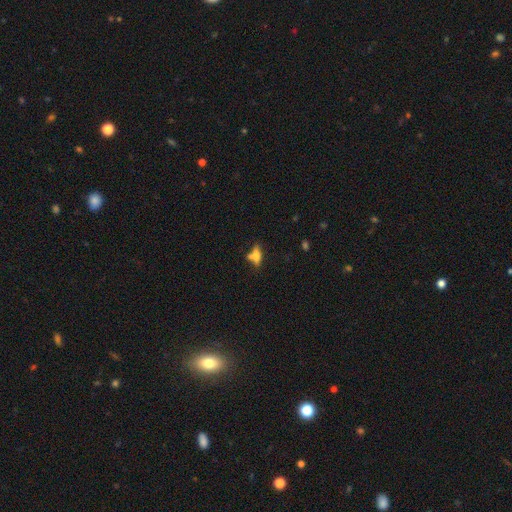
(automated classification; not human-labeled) Smooth or featured: smooth — 49% (featured or disk — 40%)
Merging: none — 51% (merger — 26%)